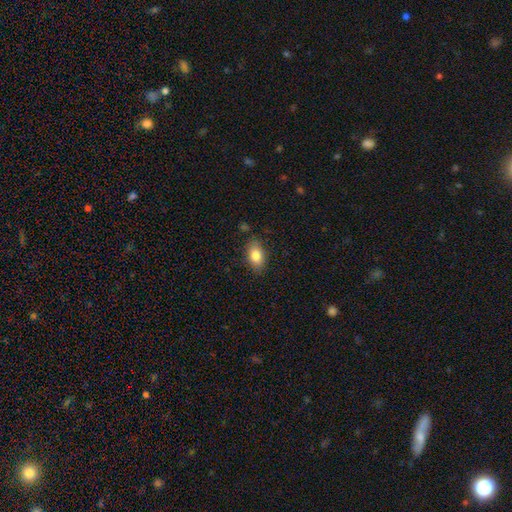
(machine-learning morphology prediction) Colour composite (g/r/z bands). It shows a smooth galaxy with no disk features (83%) that is in between round and cigar-shaped (90%). Merging: none (84%).